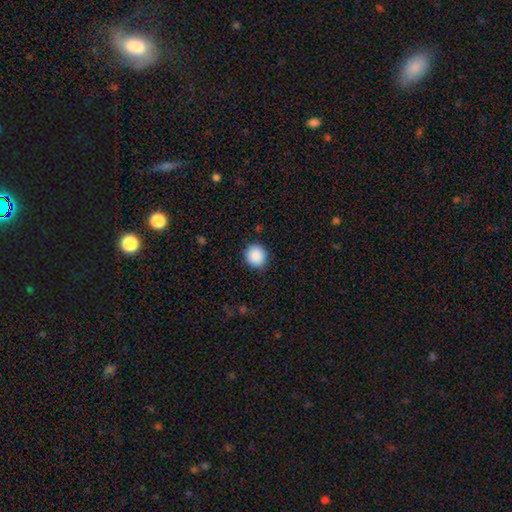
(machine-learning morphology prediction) Overall: smooth (89%). How rounded: round (90%). Merging: none (90%).